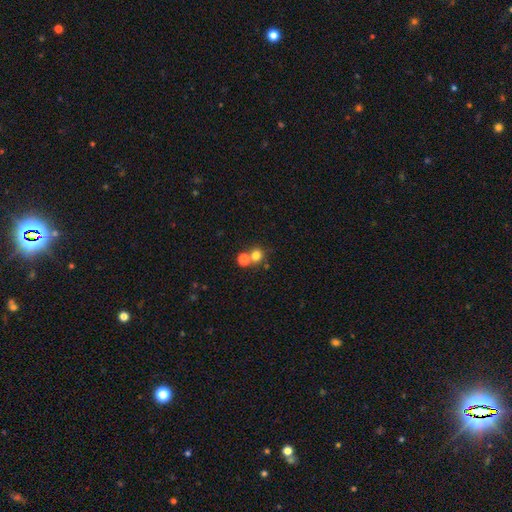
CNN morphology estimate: This appears to be a smooth galaxy with no disk features (76%) that is round (86%). Merging: none (55%).